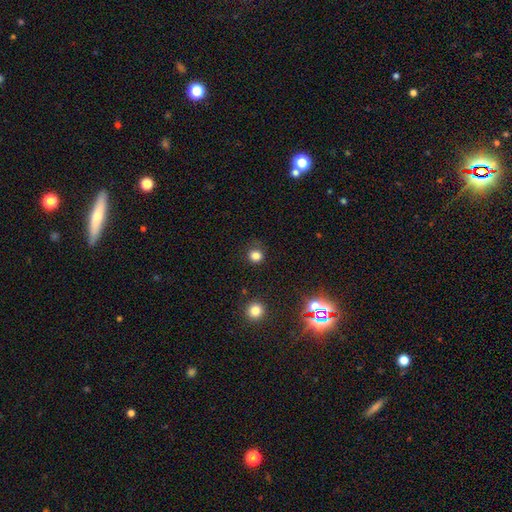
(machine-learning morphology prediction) Overall: smooth (81%). How rounded: round (87%). Merging: none (82%).